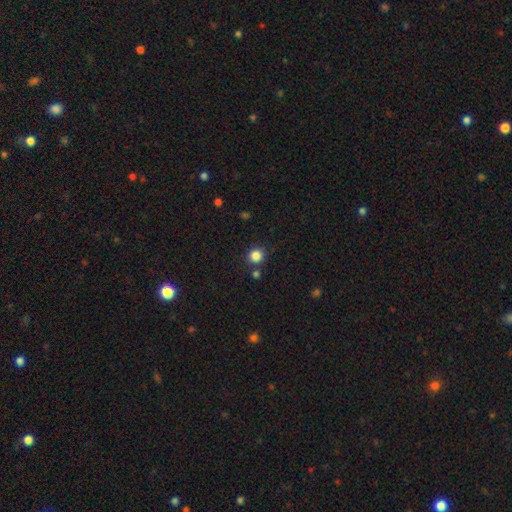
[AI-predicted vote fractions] The model was most divided on "merging": none: 80%, minor disturbance: 9%, merger: 8%, major disturbance: 3%. More confident: how rounded — round (89%); smooth or featured — smooth (85%).